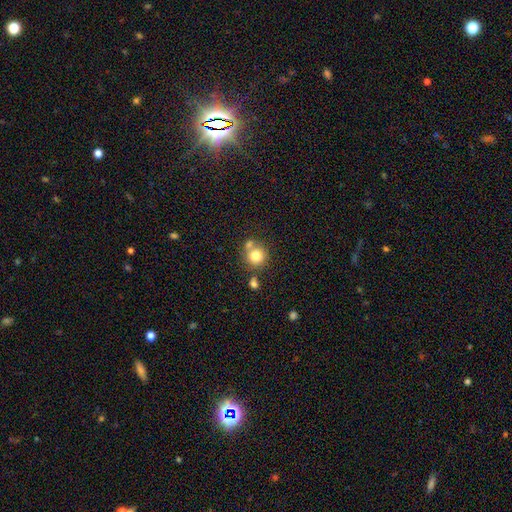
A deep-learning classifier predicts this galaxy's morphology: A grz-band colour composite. It shows a smooth galaxy with no disk features (78%) that is round (90%). Merging: none (59%).